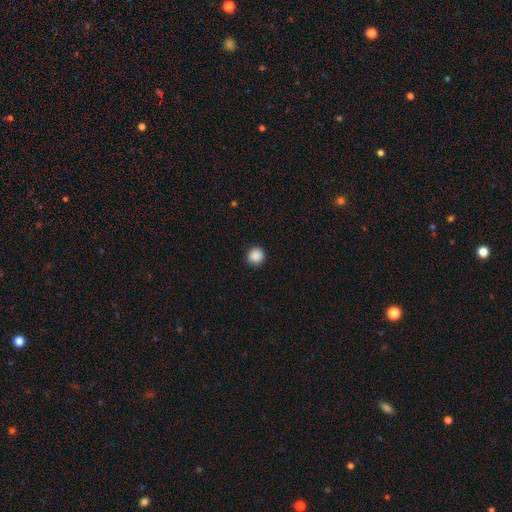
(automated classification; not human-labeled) This is clearly a smooth galaxy (88%). How rounded: clearly round (94%). Merging: clearly none (92%).